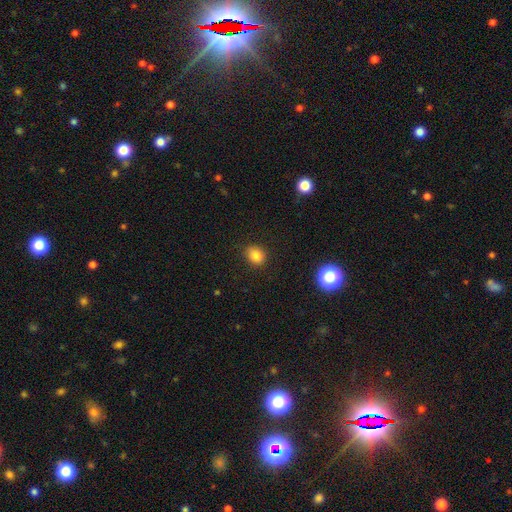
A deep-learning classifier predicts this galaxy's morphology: smooth_or_featured: smooth (p=0.82) [alt: star or artifact p=0.12]
how_rounded: round (p=0.61) [alt: in between p=0.38]
merging: none (p=0.88) [alt: minor disturbance p=0.08]